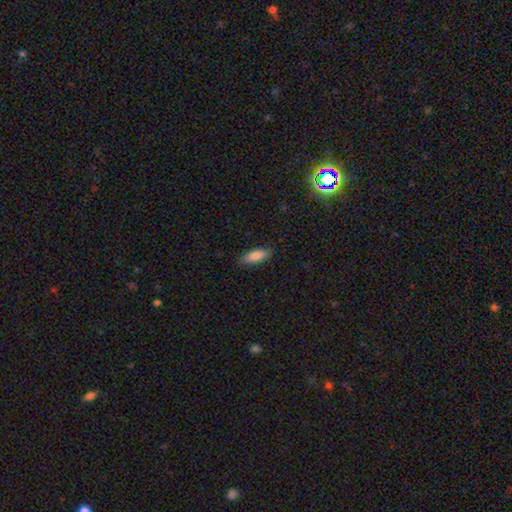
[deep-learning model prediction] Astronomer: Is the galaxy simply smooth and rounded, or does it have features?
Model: smooth — 82%.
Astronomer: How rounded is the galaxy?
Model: in between — 58% (runner-up: cigar-shaped, 40%).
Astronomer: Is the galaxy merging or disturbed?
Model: none — 85%.